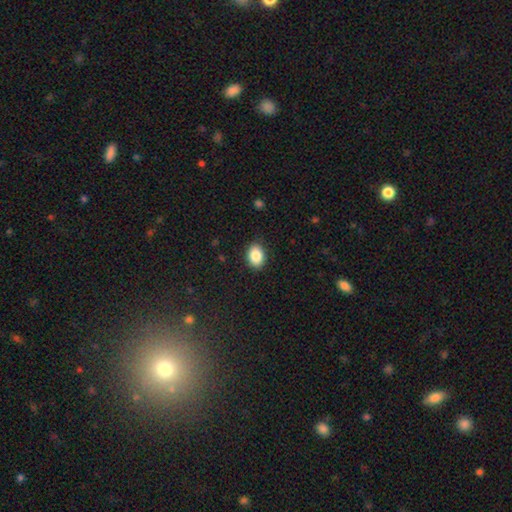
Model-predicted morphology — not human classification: A smooth galaxy with no disk features (88%) that is in between round and cigar-shaped (75%). Merging: none (87%).